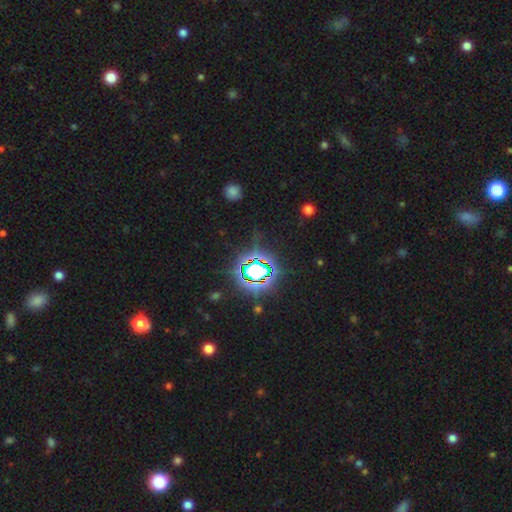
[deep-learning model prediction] smooth-or-featured: star or artifact: 76% | smooth: 14% | featured or disk: 9%